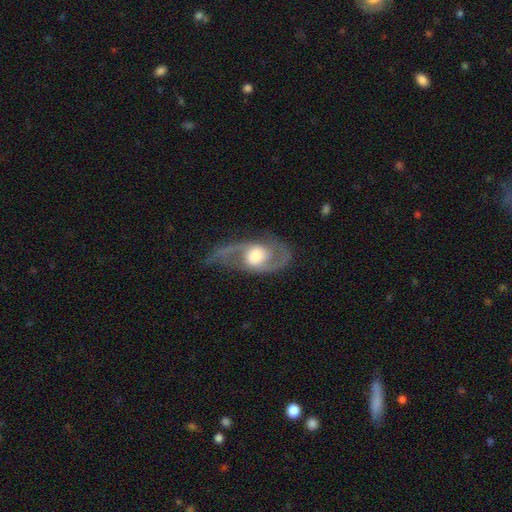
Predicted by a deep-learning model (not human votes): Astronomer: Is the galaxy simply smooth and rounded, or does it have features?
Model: featured or disk — 85%.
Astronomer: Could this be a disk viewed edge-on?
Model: no — 94%.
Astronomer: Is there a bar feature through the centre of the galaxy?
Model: no — 64%.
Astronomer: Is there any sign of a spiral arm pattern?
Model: yes — 94%.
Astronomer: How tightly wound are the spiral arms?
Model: medium — 48% (runner-up: loose, 37%).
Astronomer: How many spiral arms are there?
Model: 2 — 90%.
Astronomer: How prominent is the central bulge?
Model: moderate — 47% (runner-up: large, 38%).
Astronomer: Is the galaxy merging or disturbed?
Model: none — 64%.